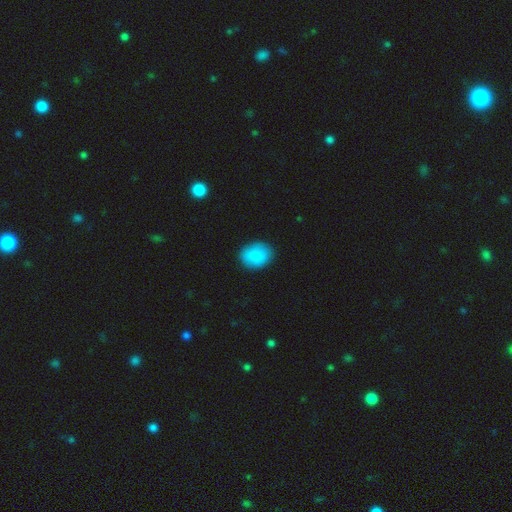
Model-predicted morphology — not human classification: This appears to be a smooth galaxy with no disk features (87%) that is in between round and cigar-shaped (58%). Merging: none (86%).